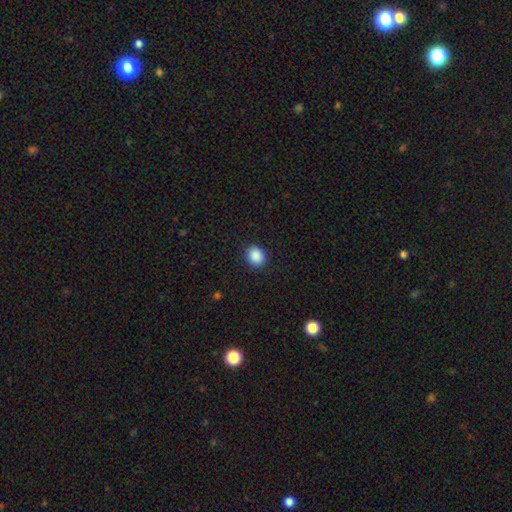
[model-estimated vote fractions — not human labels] smooth-or-featured: smooth: 89% | star or artifact: 9% | featured or disk: 3%
  how-rounded: round: 69% | in between: 30% | cigar-shaped: 1%
  merging: none: 91% | minor disturbance: 6% | major disturbance: 2% | merger: 1%